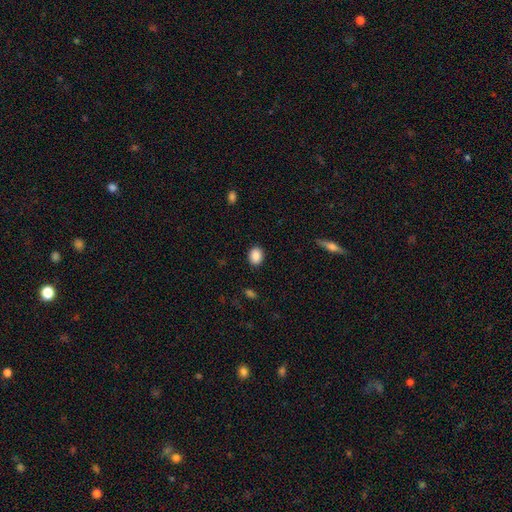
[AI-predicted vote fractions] The model was most divided on "how rounded" (2-way tie): in between: 49%, round: 49%, cigar-shaped: 1%. More confident: merging — none (89%); smooth or featured — smooth (89%).